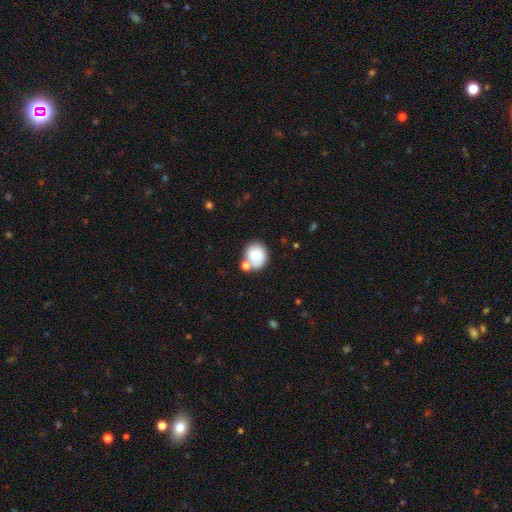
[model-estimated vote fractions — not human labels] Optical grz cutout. It shows a smooth galaxy with no disk features (76%) that is round (70%). Merging: none (54%).